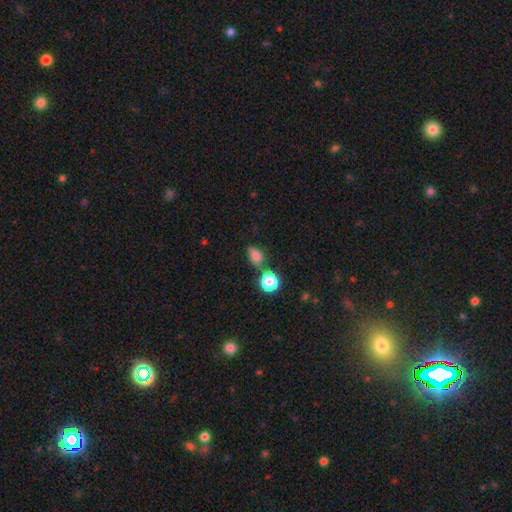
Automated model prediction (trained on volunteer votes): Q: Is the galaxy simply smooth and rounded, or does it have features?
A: smooth — 76%.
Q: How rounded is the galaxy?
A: in between — 67%.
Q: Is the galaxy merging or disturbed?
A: none — 58%.